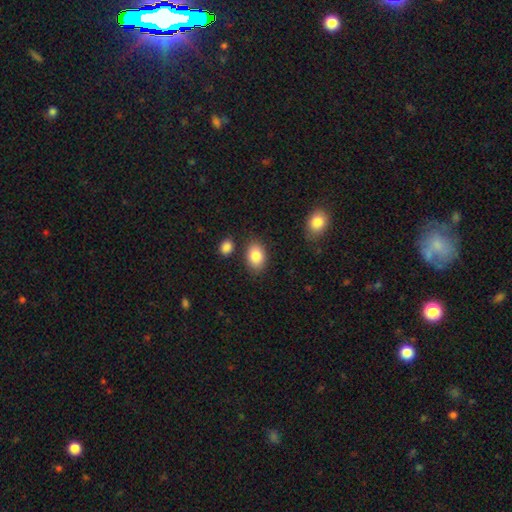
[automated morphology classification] smooth 86%, featured or disk 7%, star or artifact 7%. Down the decision tree: how rounded — in between (85%); merging — none (81%).